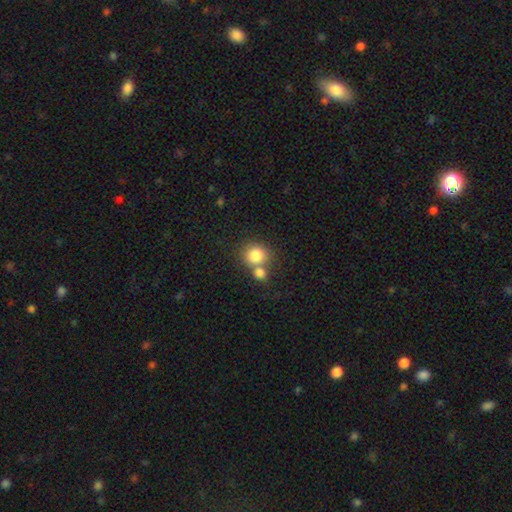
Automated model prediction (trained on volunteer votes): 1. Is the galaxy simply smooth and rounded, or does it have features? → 82% smooth, 10% star or artifact, 8% featured or disk.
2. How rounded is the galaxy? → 81% round, 18% in between, 1% cigar-shaped.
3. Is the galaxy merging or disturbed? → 49% none, 40% merger, 8% minor disturbance, 3% major disturbance.